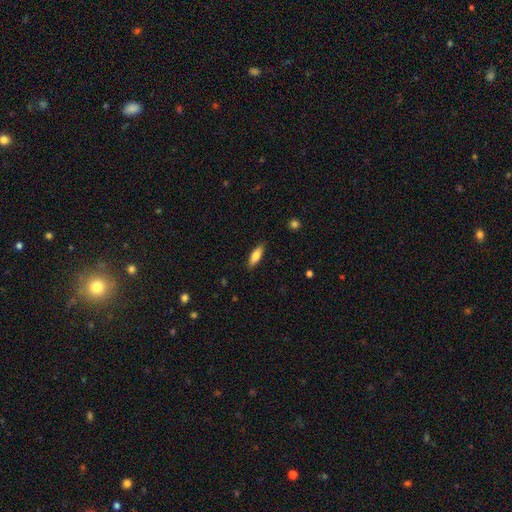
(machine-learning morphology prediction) Smooth or featured: smooth — 81% (featured or disk — 13%)
How rounded: in between — 58% (cigar-shaped — 40%)
Merging: none — 86% (minor disturbance — 11%)